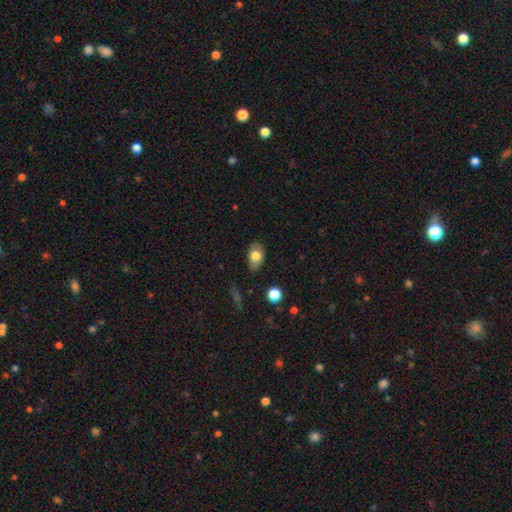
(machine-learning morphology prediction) A smooth galaxy with no disk features (77%) that is in between round and cigar-shaped (86%). Merging: none (78%).